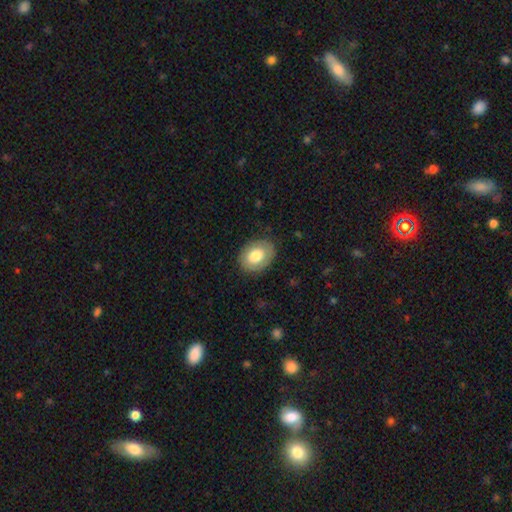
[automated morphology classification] type=smooth (75%); roundness=in between (70%); merging=none (84%).